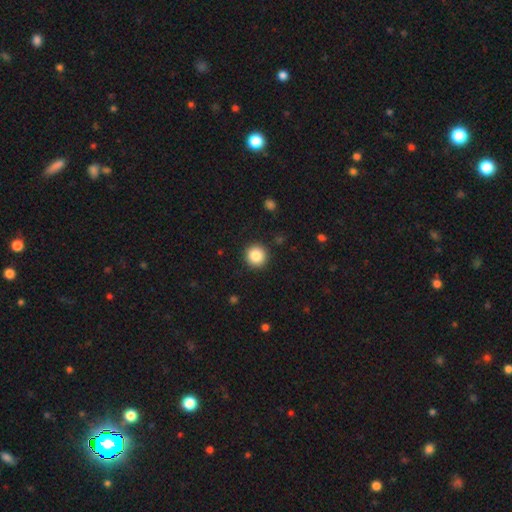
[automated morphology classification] Smooth or featured? smooth (85%)
How rounded? round (95%)
Merging? none (92%)